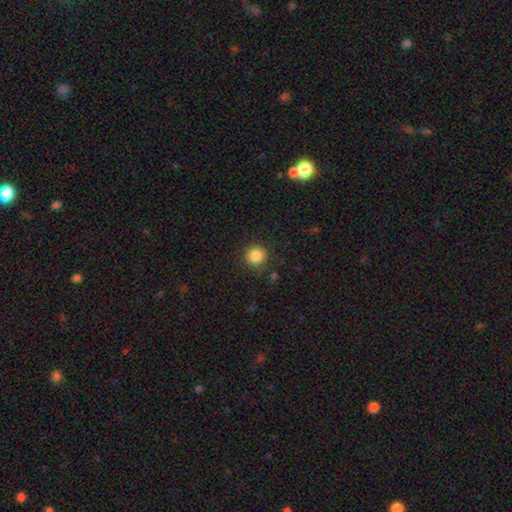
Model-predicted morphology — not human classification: Smooth or featured: smooth — 85% (star or artifact — 11%)
How rounded: round — 93% (in between — 6%)
Merging: none — 88% (minor disturbance — 7%)